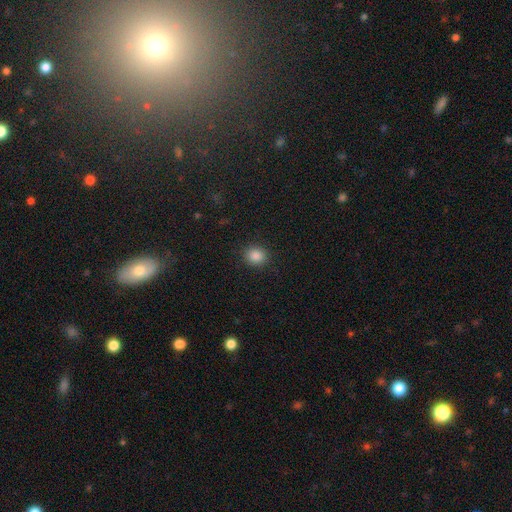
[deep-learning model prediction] Overall: smooth (86%). How rounded: round (78%). Merging: none (90%).